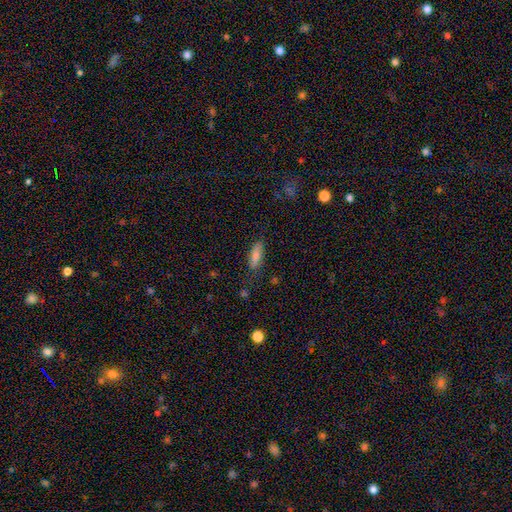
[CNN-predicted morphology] Smooth or featured? smooth (83%)
How rounded? in between (62%)
Merging? none (77%)